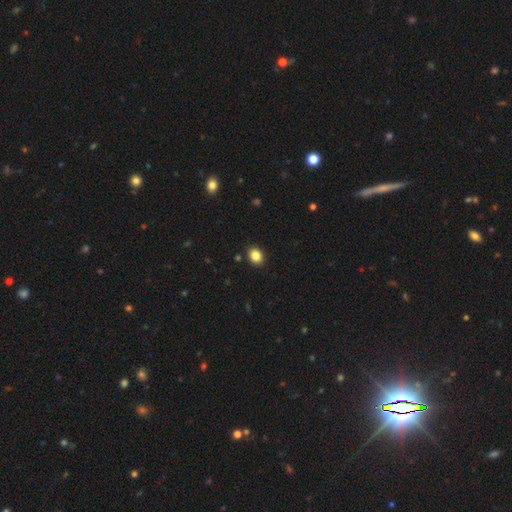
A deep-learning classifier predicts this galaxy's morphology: A smooth galaxy with no disk features (85%) that is round (53%).

Vote fractions:
- Smooth or featured? smooth: 85% / star or artifact: 10% / featured or disk: 5%
- How rounded? round: 53% / in between: 46% / cigar-shaped: 1%
- Merging? none: 90% / minor disturbance: 7% / major disturbance: 2% / merger: 1%